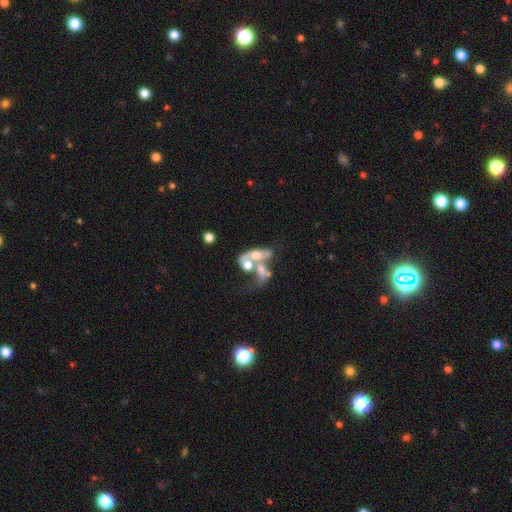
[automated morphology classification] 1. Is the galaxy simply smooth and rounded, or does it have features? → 53% featured or disk, 35% smooth, 12% star or artifact.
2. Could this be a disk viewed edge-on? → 89% no, 11% yes.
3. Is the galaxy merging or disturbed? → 66% merger, 16% major disturbance, 11% none, 7% minor disturbance.